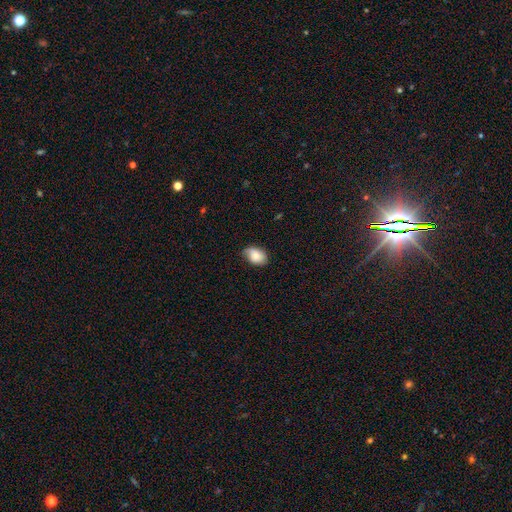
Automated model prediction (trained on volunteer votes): Smooth or featured: smooth — 77% (featured or disk — 15%)
How rounded: in between — 82% (round — 17%)
Merging: none — 66% (minor disturbance — 28%)